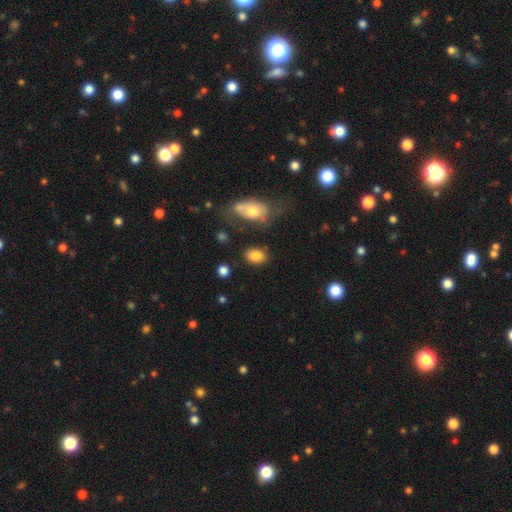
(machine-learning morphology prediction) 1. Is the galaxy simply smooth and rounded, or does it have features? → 84% smooth, 9% star or artifact, 7% featured or disk.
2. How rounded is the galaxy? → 82% in between, 16% round, 2% cigar-shaped.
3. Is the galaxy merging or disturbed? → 74% none, 15% minor disturbance, 5% merger, 5% major disturbance.